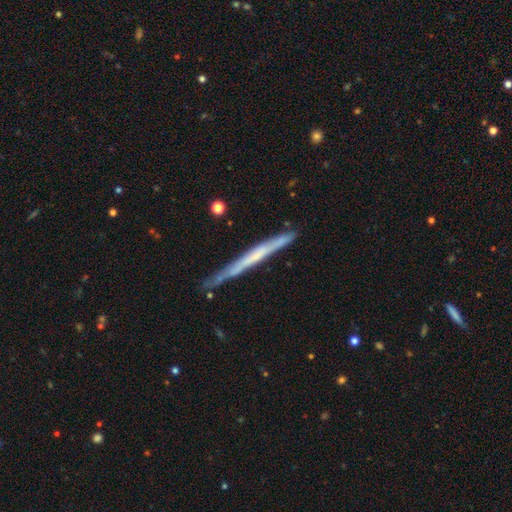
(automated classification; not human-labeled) Morphology: type=featured or disk (59%); edge-on=yes (95%); edge-on bulge=none (84%); merging=none (77%).